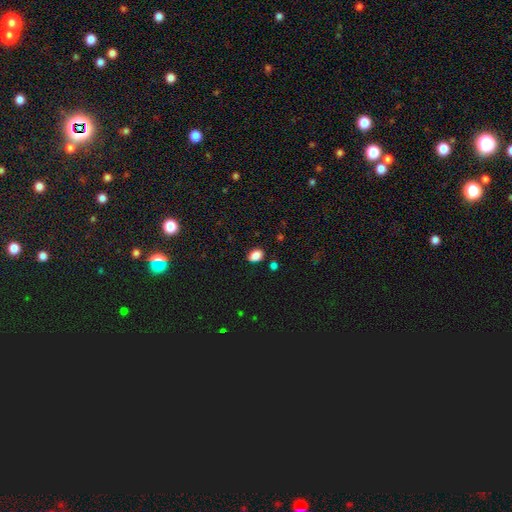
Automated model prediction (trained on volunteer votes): This is clearly a smooth galaxy (86%). How rounded: likely in between (79%). Merging: clearly none (83%).